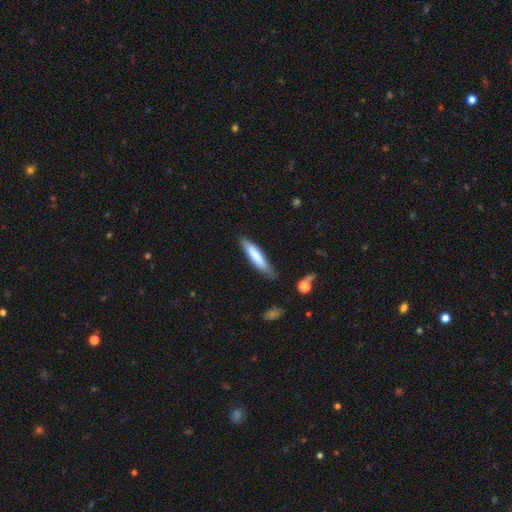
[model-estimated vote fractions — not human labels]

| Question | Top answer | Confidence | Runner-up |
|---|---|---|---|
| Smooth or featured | smooth | 74% | featured or disk (20%) |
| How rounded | cigar-shaped | 82% | in between (17%) |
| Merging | none | 78% | minor disturbance (17%) |